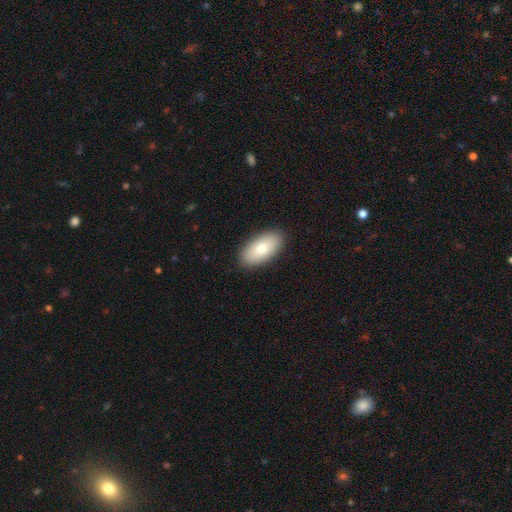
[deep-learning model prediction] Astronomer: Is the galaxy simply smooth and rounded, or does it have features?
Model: smooth — 75%.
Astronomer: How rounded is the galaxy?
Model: in between — 93%.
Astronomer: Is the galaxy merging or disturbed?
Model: none — 90%.